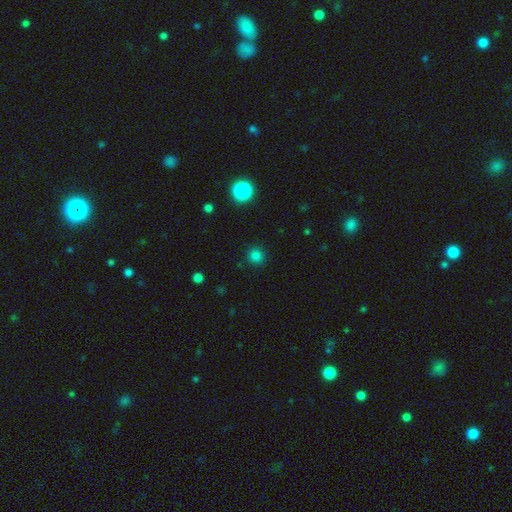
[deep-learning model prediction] Q: Smooth or featured?
A: smooth (80%); runner-up: star or artifact (16%)
Q: How rounded?
A: round (92%); runner-up: in between (7%)
Q: Merging?
A: none (89%); runner-up: minor disturbance (7%)